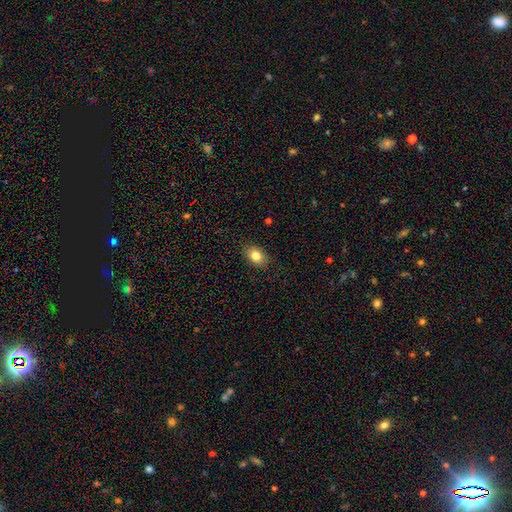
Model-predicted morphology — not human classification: Q: Smooth or featured?
A: smooth (81%); runner-up: featured or disk (9%)
Q: How rounded?
A: in between (79%); runner-up: round (20%)
Q: Merging?
A: none (87%); runner-up: minor disturbance (10%)